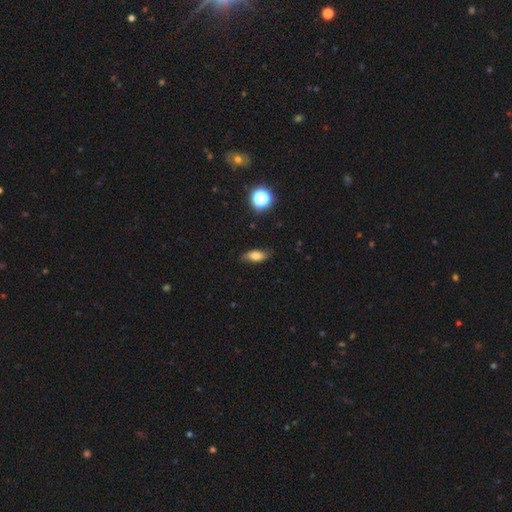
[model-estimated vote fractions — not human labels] Morphology: type=smooth (76%); roundness=in between (79%); merging=none (81%).